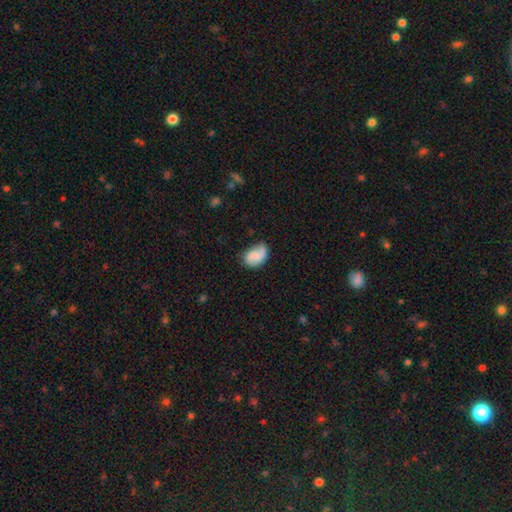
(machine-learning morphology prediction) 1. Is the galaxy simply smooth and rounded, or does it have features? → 54% smooth, 38% featured or disk, 8% star or artifact.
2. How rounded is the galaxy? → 79% in between, 19% round, 1% cigar-shaped.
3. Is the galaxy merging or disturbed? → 59% none, 29% minor disturbance, 10% major disturbance, 2% merger.